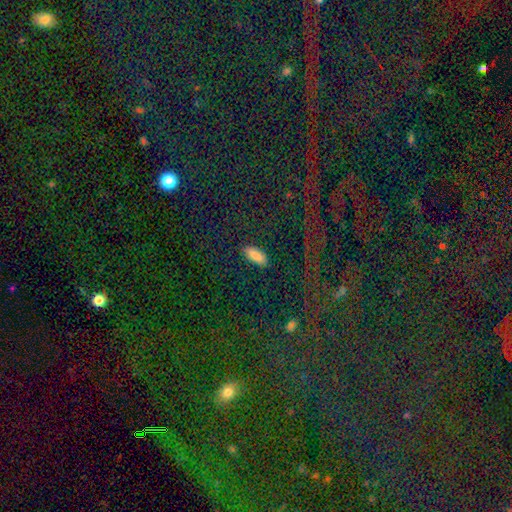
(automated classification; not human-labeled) smooth-or-featured: smooth: 84% | star or artifact: 9% | featured or disk: 6%
  how-rounded: in between: 73% | cigar-shaped: 24% | round: 3%
  merging: none: 84% | minor disturbance: 11% | major disturbance: 3% | merger: 2%